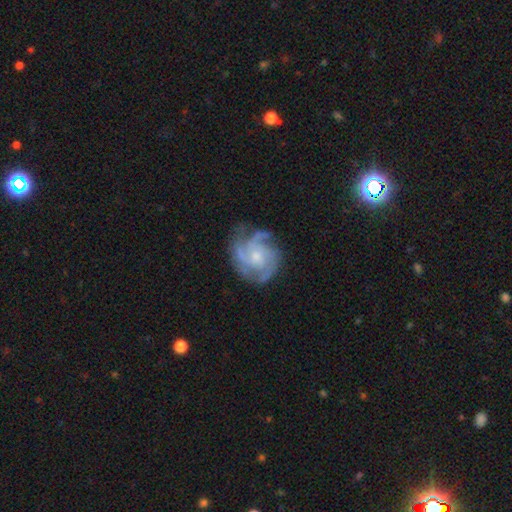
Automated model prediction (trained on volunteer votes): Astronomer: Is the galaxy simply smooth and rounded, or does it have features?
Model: featured or disk — 86%.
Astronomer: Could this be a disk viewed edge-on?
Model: no — 98%.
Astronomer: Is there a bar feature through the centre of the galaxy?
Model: no — 71%.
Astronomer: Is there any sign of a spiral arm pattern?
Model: yes — 97%.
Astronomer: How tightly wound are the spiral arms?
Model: tight — 50% (runner-up: medium, 41%).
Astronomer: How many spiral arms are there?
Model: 3 — 37% (runner-up: 4, 29%).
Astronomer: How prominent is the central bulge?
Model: small — 48% (runner-up: moderate, 42%).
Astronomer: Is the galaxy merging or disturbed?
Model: none — 70%.